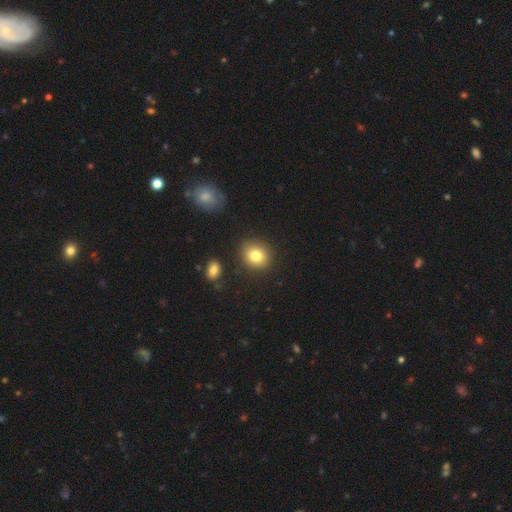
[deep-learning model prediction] This appears to be a smooth galaxy with no disk features (83%) that is round (72%). Merging: none (86%).